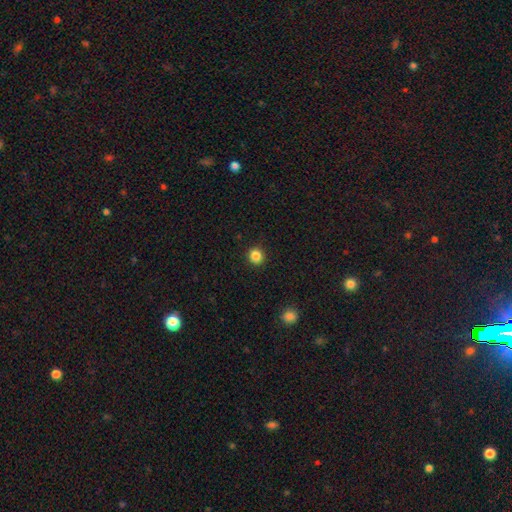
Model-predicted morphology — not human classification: Smooth or featured? smooth (85%)
How rounded? round (90%)
Merging? none (92%)